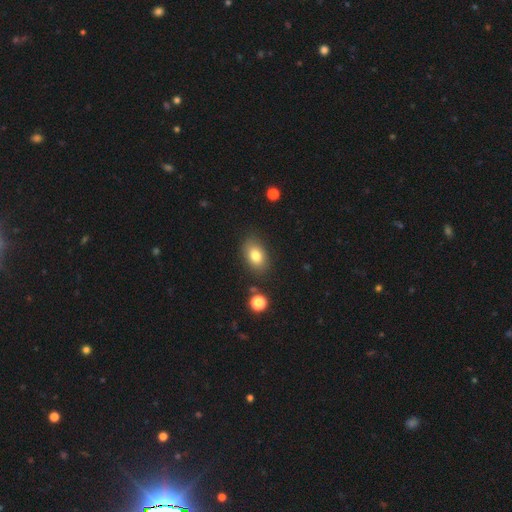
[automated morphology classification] Smooth or featured? Predicted: smooth (p=0.79). How rounded? Predicted: in between (p=0.83). Merging? Predicted: none (p=0.83).